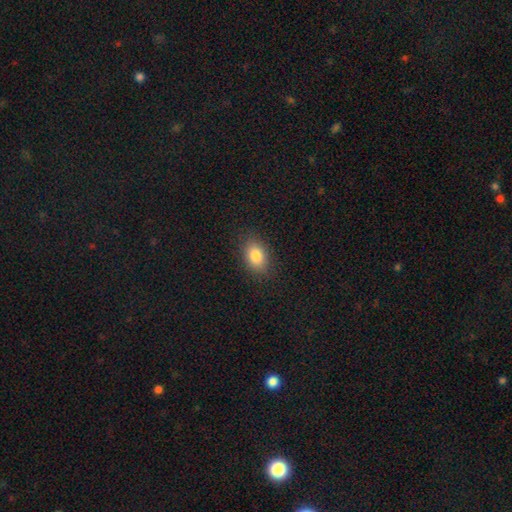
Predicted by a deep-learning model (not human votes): smooth 84%, star or artifact 9%, featured or disk 8%. Down the decision tree: how rounded — in between (83%); merging — none (87%).